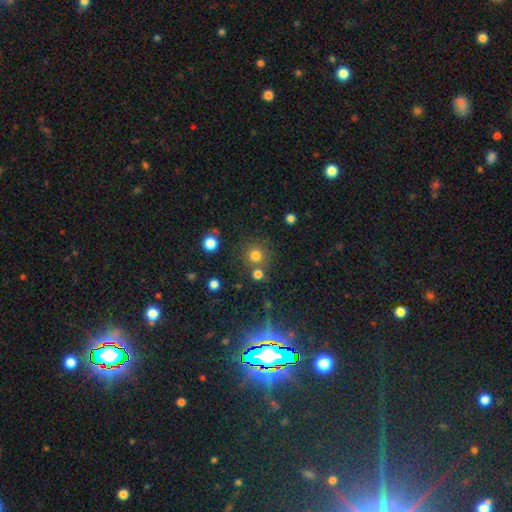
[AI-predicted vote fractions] This appears to be a smooth galaxy with no disk features (75%) that is round (92%). Merging: none (73%).